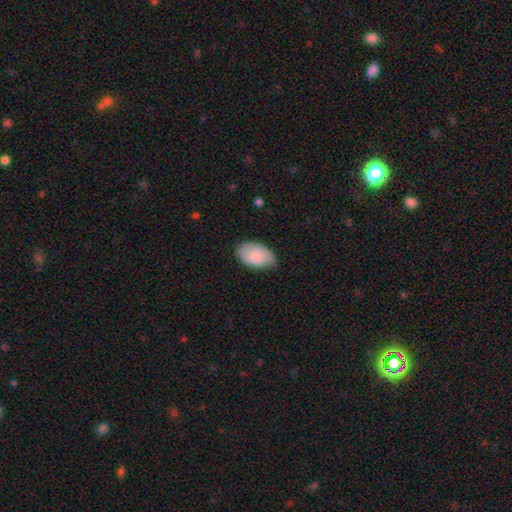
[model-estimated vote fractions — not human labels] Smooth or featured? Predicted: smooth (p=0.76). How rounded? Predicted: in between (p=0.93). Merging? Predicted: none (p=0.60).